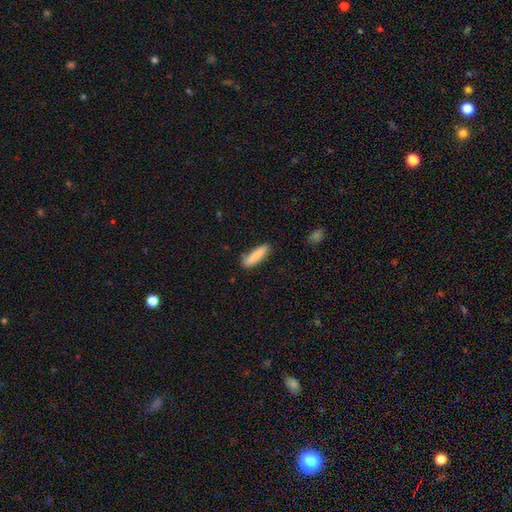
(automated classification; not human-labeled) smooth 85%, featured or disk 8%, star or artifact 6%. Down the decision tree: how rounded — cigar-shaped (72%); merging — none (78%).